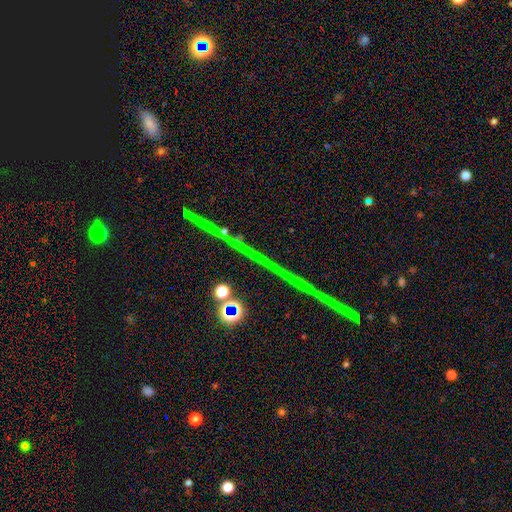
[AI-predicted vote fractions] smooth_or_featured: star or artifact (p=0.78) [alt: featured or disk p=0.14]